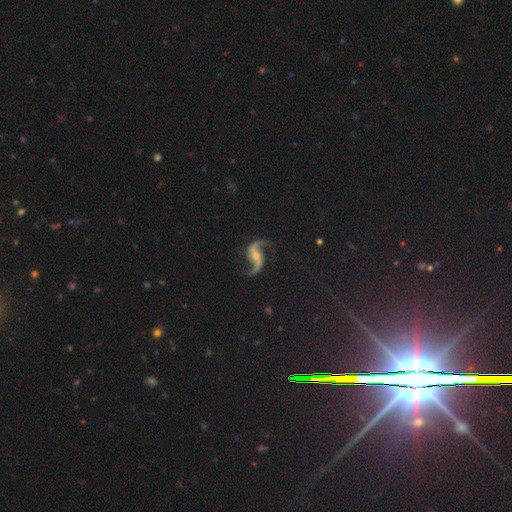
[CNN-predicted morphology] The model was most divided on "bar": no: 47%, weak: 34%, strong: 20%. More confident: spiral arms — yes (98%); edge-on disk — no (98%); spiral arm count — 2 (94%); smooth or featured — featured or disk (92%); spiral winding — loose (83%); merging — none (79%); bulge size — small (53%).